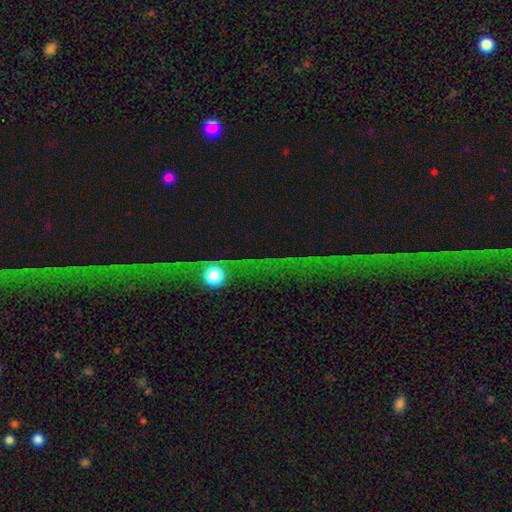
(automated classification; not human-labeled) Smooth or featured? Predicted: star or artifact (p=0.68).